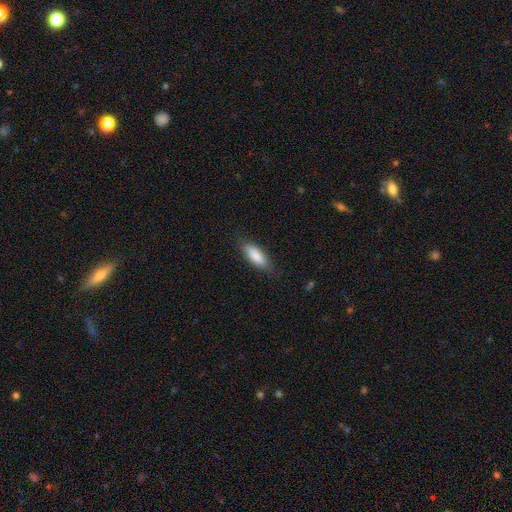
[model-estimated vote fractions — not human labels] Q: Smooth or featured?
A: smooth (85%); runner-up: featured or disk (9%)
Q: How rounded?
A: in between (64%); runner-up: cigar-shaped (34%)
Q: Merging?
A: none (81%); runner-up: minor disturbance (15%)